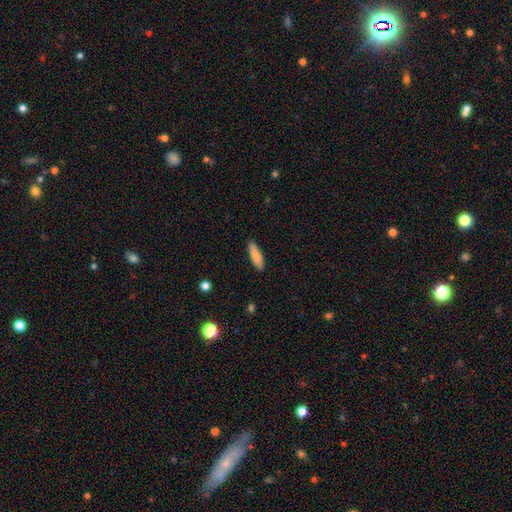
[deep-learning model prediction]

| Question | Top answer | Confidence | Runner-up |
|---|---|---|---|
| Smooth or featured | smooth | 86% | featured or disk (8%) |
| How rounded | cigar-shaped | 57% | in between (41%) |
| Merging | none | 89% | minor disturbance (9%) |